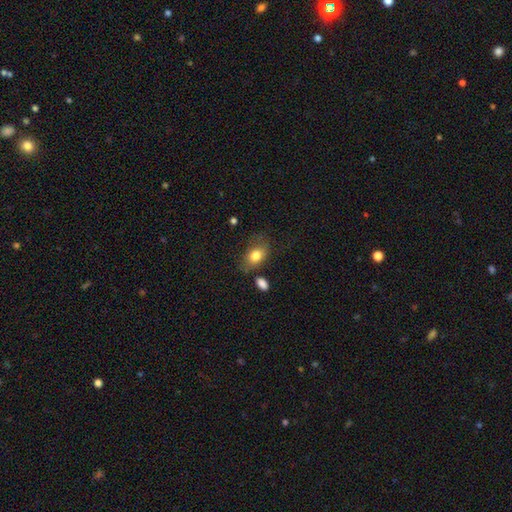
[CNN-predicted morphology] Smooth or featured: smooth — 79% (featured or disk — 13%)
How rounded: in between — 82% (round — 16%)
Merging: none — 59% (minor disturbance — 24%)